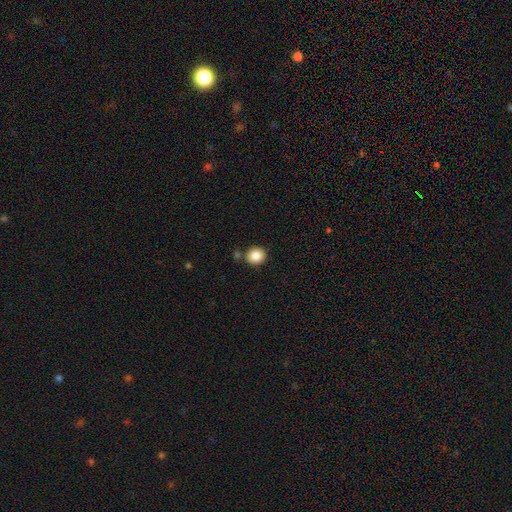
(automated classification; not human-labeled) A smooth galaxy with no disk features (86%) that is round (86%).

Vote fractions:
- Smooth or featured? smooth: 86% / star or artifact: 9% / featured or disk: 5%
- How rounded? round: 86% / in between: 13% / cigar-shaped: 1%
- Merging? none: 79% / merger: 9% / minor disturbance: 9% / major disturbance: 3%